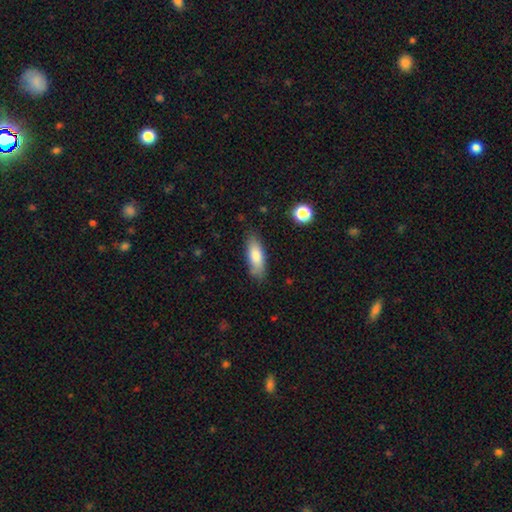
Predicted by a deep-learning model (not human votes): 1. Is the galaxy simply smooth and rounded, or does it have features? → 80% smooth, 14% featured or disk, 7% star or artifact.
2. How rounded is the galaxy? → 65% in between, 33% cigar-shaped, 2% round.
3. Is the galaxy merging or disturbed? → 79% none, 16% minor disturbance, 3% major disturbance, 2% merger.